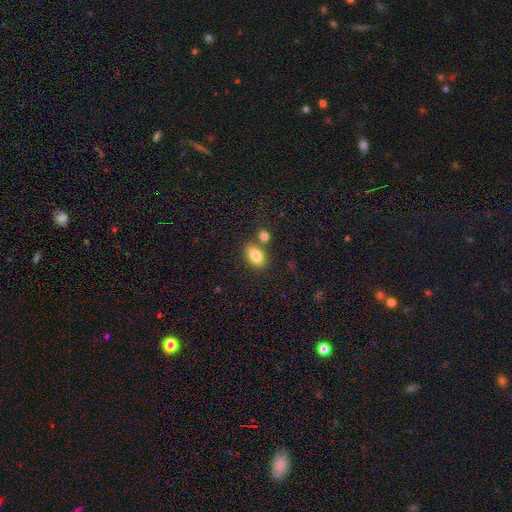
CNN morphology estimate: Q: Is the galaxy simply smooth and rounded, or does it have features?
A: smooth — 82%.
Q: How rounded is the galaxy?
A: in between — 88%.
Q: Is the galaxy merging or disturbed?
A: none — 70%.